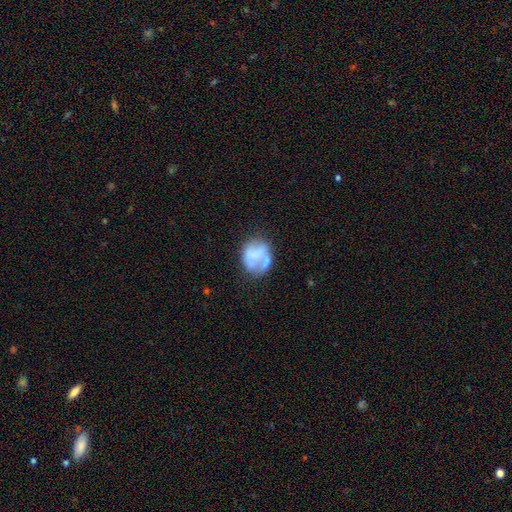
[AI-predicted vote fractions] A smooth galaxy with no disk features (48%). Merging: none (45%).